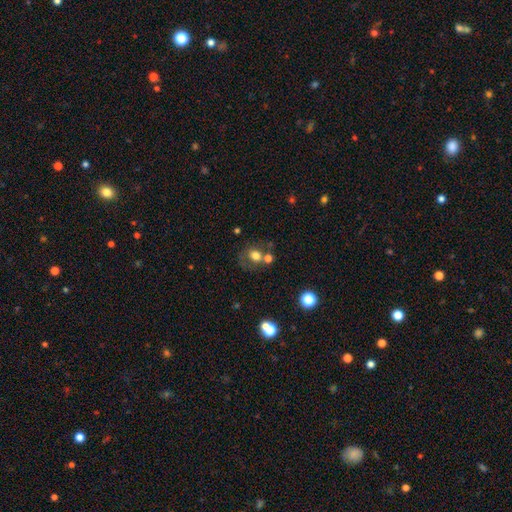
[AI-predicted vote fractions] Q: Smooth or featured?
A: smooth (71%); runner-up: featured or disk (15%)
Q: How rounded?
A: round (73%); runner-up: in between (26%)
Q: Merging?
A: none (50%); runner-up: merger (25%)